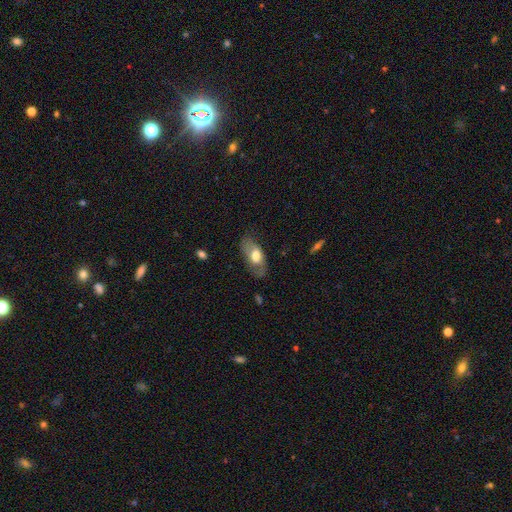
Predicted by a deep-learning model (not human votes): Smooth or featured?
  - smooth: 56% *
  - featured or disk: 38%
  - star or artifact: 6%
How rounded?
  - in between: 89% *
  - cigar-shaped: 6%
  - round: 4%
Merging?
  - none: 68% *
  - minor disturbance: 22%
  - major disturbance: 9%
  - merger: 1%